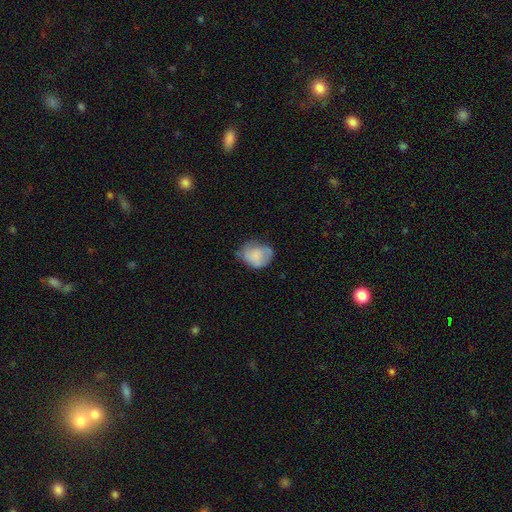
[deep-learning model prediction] Q: Smooth or featured?
A: smooth (69%); runner-up: featured or disk (24%)
Q: How rounded?
A: in between (52%); runner-up: round (48%)
Q: Merging?
A: none (44%); runner-up: minor disturbance (36%)